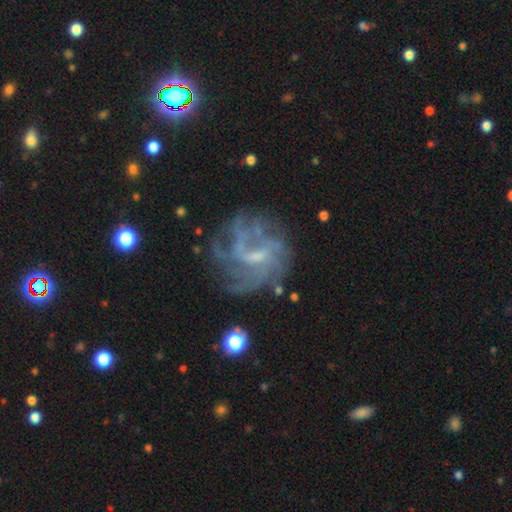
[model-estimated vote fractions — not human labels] This is likely a featured or disk galaxy (77%). It is clearly not viewed edge-on (98%). Bar: possibly weak (56%). Spiral arm pattern: likely yes (78%). Spiral arm count: possibly can't tell (47%). Spiral winding: marginally medium (39%). Central bulge: possibly small (48%). Merging: possibly none (57%).